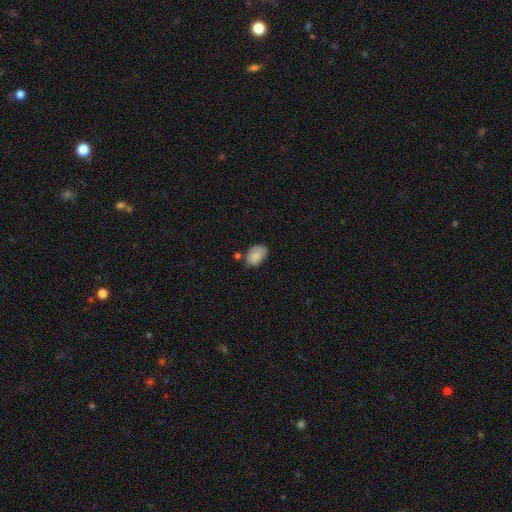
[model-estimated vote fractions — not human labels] Smooth or featured?
  - smooth: 85% *
  - featured or disk: 8%
  - star or artifact: 7%
How rounded?
  - in between: 86% *
  - round: 13%
  - cigar-shaped: 1%
Merging?
  - none: 62% *
  - minor disturbance: 26%
  - merger: 7%
  - major disturbance: 5%